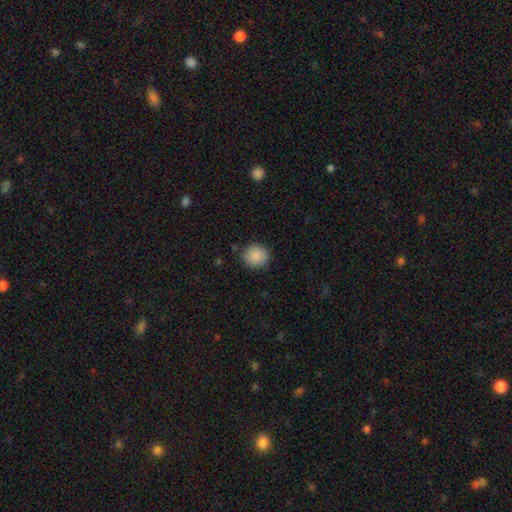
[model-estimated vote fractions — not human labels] smooth-or-featured: smooth: 88% | star or artifact: 8% | featured or disk: 4%
  how-rounded: round: 90% | in between: 9% | cigar-shaped: 1%
  merging: none: 88% | minor disturbance: 8% | major disturbance: 2% | merger: 1%